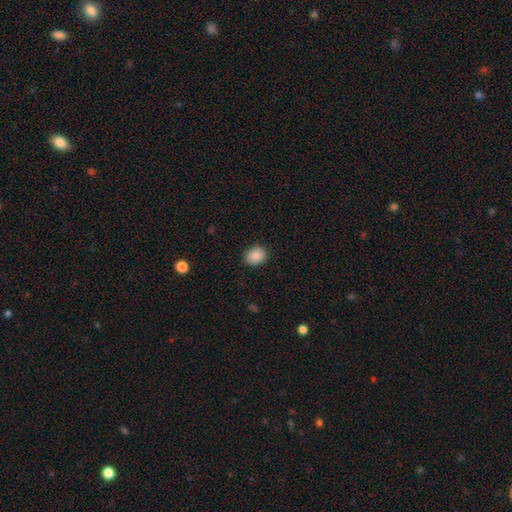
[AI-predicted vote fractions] Smooth or featured?
  - smooth: 88% *
  - star or artifact: 8%
  - featured or disk: 4%
How rounded?
  - in between: 51% *
  - round: 48%
  - cigar-shaped: 1%
Merging?
  - none: 87% *
  - minor disturbance: 10%
  - major disturbance: 2%
  - merger: 1%